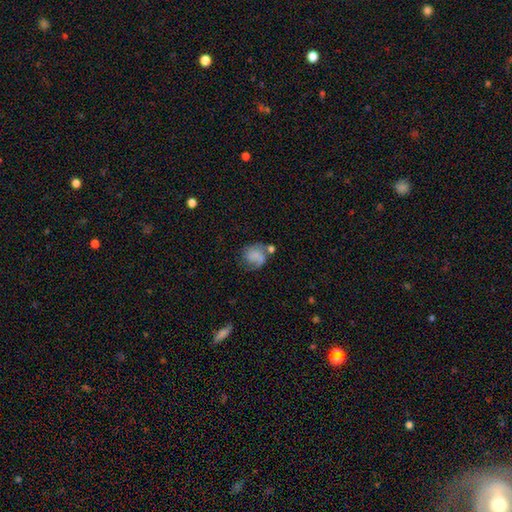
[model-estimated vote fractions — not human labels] This appears to be a smooth galaxy with no disk features (54%) that is round (67%). Merging: none (38%).